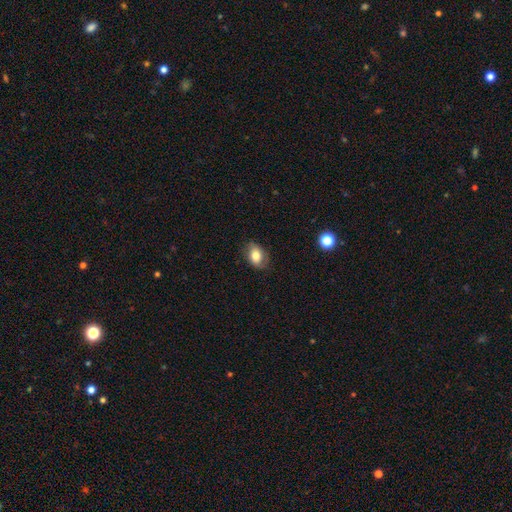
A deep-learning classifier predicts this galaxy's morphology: A smooth galaxy with no disk features (74%) that is in between round and cigar-shaped (80%).

Vote fractions:
- Smooth or featured? smooth: 74% / featured or disk: 17% / star or artifact: 8%
- How rounded? in between: 80% / round: 19% / cigar-shaped: 1%
- Merging? none: 76% / minor disturbance: 18% / major disturbance: 5% / merger: 1%